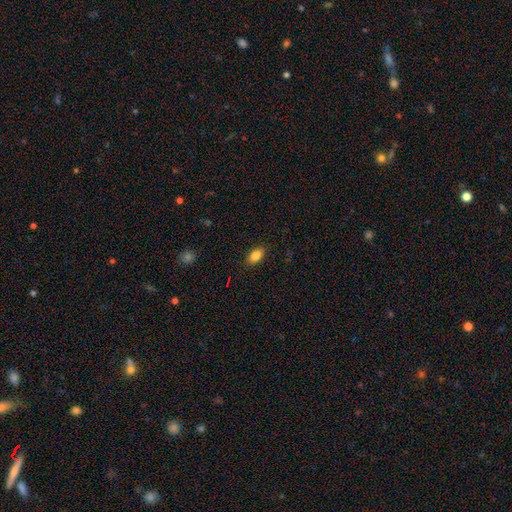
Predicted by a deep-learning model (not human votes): Q: Smooth or featured?
A: smooth (86%); runner-up: star or artifact (9%)
Q: How rounded?
A: in between (90%); runner-up: round (7%)
Q: Merging?
A: none (88%); runner-up: minor disturbance (9%)